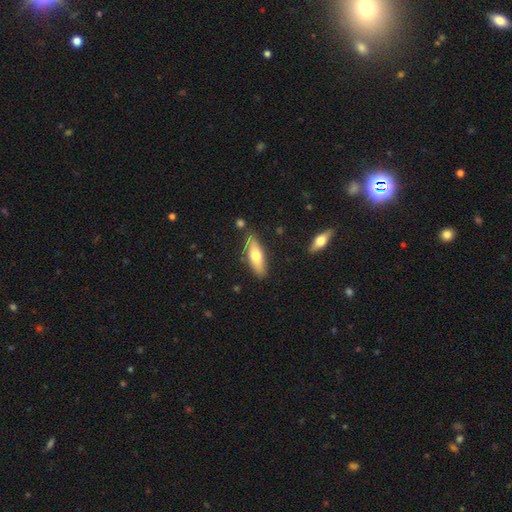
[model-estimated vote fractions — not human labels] This appears to be a smooth galaxy with no disk features (64%) that is in between round and cigar-shaped (53%). Merging: none (81%).